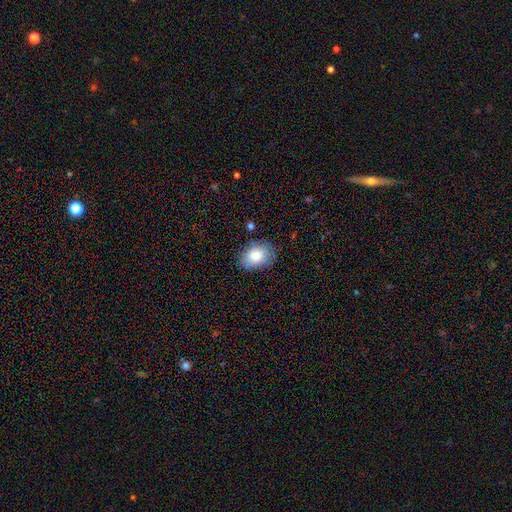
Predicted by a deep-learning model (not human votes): This appears to be a smooth galaxy with no disk features (83%) that is in between round and cigar-shaped (77%). Merging: none (79%).